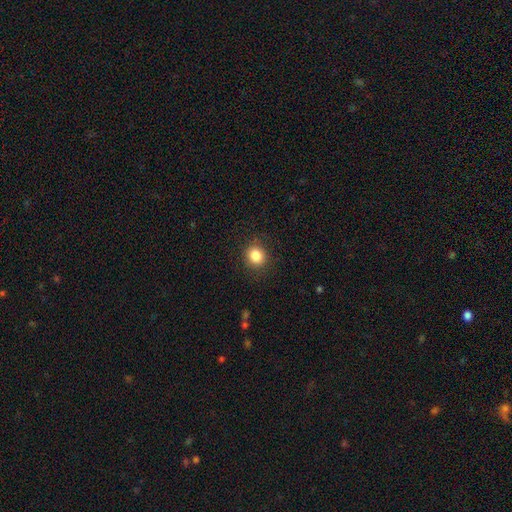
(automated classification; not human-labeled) smooth-or-featured: smooth: 85% | star or artifact: 10% | featured or disk: 4%
  how-rounded: round: 82% | in between: 18% | cigar-shaped: 1%
  merging: none: 88% | minor disturbance: 8% | major disturbance: 3% | merger: 1%